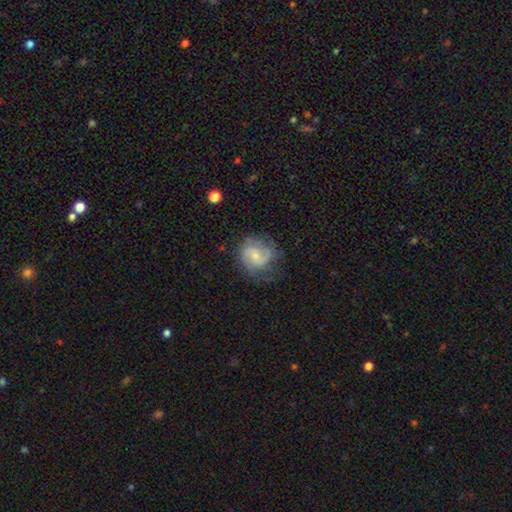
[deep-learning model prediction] Q: Smooth or featured?
A: featured or disk (66%); runner-up: smooth (27%)
Q: Edge-on disk?
A: no (98%); runner-up: yes (2%)
Q: Bar?
A: no (61%); runner-up: weak (34%)
Q: Spiral arms?
A: yes (88%); runner-up: no (12%)
Q: Spiral winding?
A: medium (45%); runner-up: tight (34%)
Q: Spiral arm count?
A: 2 (56%); runner-up: can't tell (22%)
Q: Bulge size?
A: small (63%); runner-up: moderate (30%)
Q: Merging?
A: none (59%); runner-up: minor disturbance (25%)